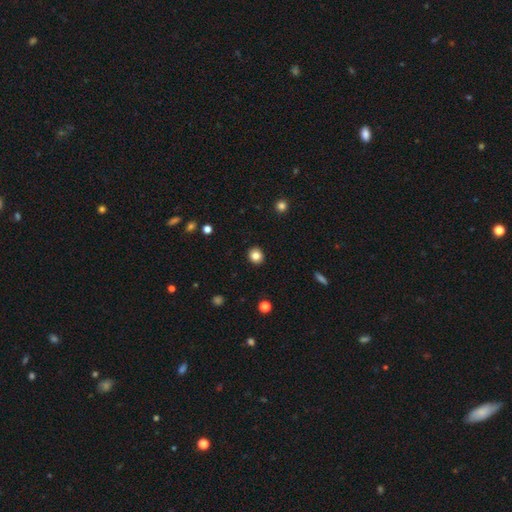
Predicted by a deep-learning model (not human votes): smooth 84%, star or artifact 11%, featured or disk 6%. Down the decision tree: how rounded — round (82%); merging — none (92%).